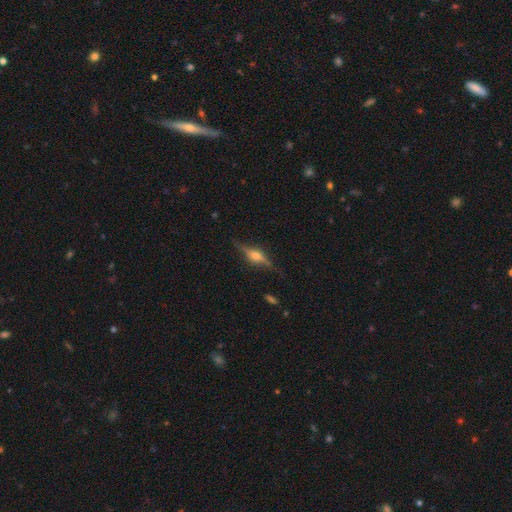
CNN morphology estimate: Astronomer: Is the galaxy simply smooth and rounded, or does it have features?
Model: featured or disk — 78%.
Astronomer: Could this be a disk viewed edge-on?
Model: yes — 95%.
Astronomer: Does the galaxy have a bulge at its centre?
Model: rounded — 90%.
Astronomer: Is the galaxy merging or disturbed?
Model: none — 81%.